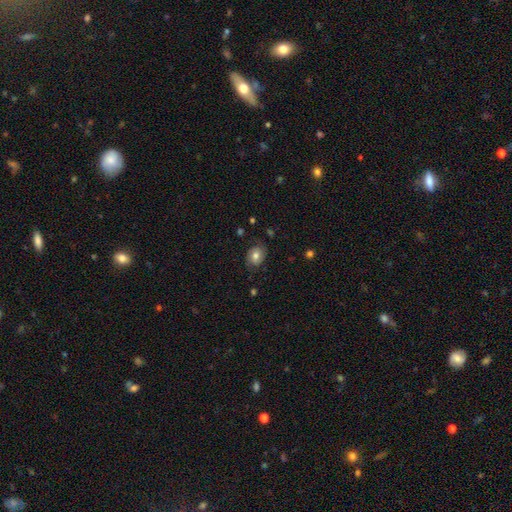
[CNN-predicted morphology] A smooth galaxy with no disk features (57%) that is in between round and cigar-shaped (56%). Merging: none (76%).